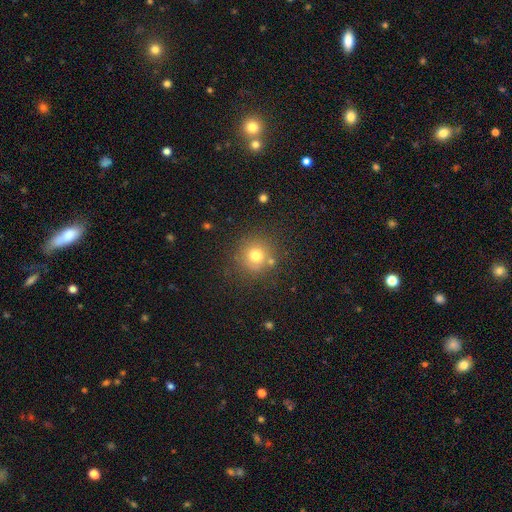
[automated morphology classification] Smooth or featured: smooth — 74% (star or artifact — 14%)
How rounded: round — 93% (in between — 7%)
Merging: none — 77% (minor disturbance — 11%)